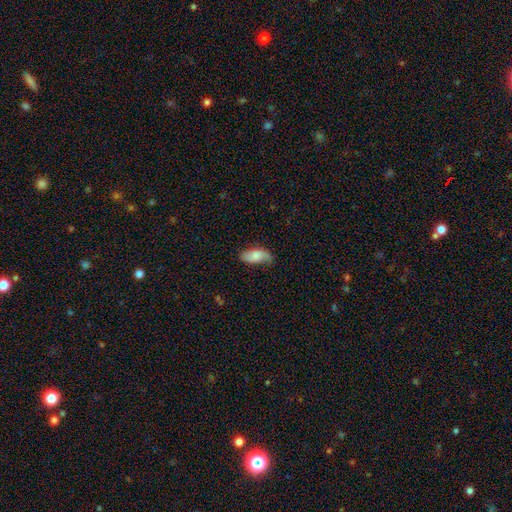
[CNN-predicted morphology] Overall: smooth (73%). How rounded: in between (90%). Merging: none (62%; minor disturbance 29%).